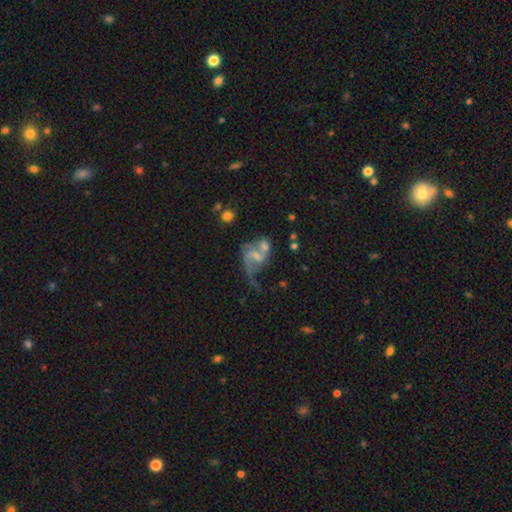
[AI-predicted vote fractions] Smooth or featured: featured or disk — 66% (smooth — 24%)
Edge-on disk: no — 97% (yes — 3%)
Bar: weak — 44% (no — 42%)
Spiral arms: yes — 77% (no — 23%)
Bulge size: small — 41% (moderate — 30%)
Merging: merger — 38% (major disturbance — 29%)